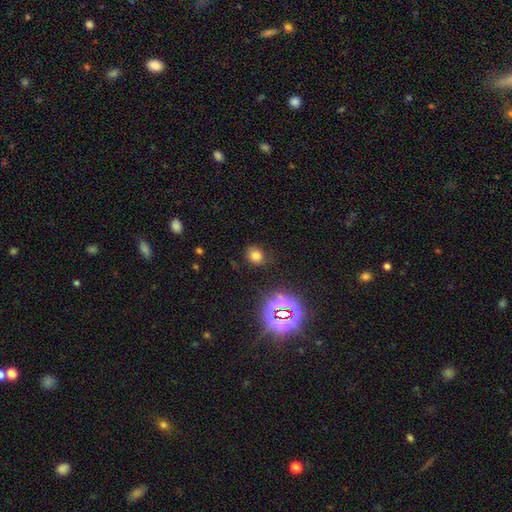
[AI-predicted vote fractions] Q: Smooth or featured?
A: smooth (70%); runner-up: star or artifact (23%)
Q: How rounded?
A: round (64%); runner-up: in between (35%)
Q: Merging?
A: none (79%); runner-up: minor disturbance (15%)